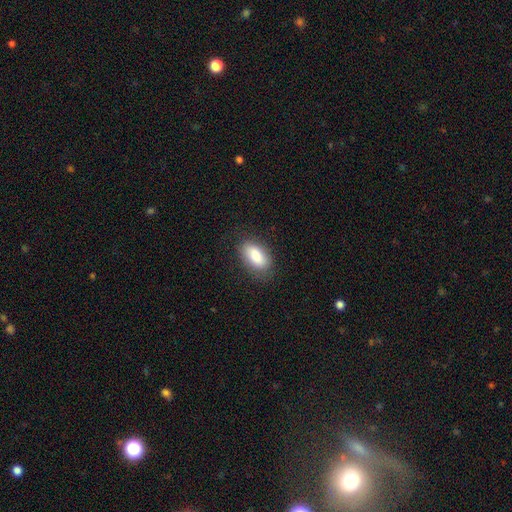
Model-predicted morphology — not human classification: Smooth or featured? Predicted: smooth (p=0.83). How rounded? Predicted: in between (p=0.90). Merging? Predicted: none (p=0.81).